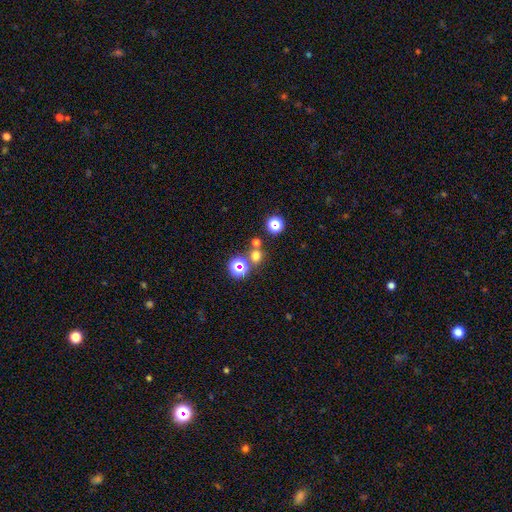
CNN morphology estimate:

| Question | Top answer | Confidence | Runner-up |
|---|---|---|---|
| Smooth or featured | smooth | 60% | star or artifact (32%) |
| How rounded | round | 85% | in between (14%) |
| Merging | none | 69% | merger (20%) |